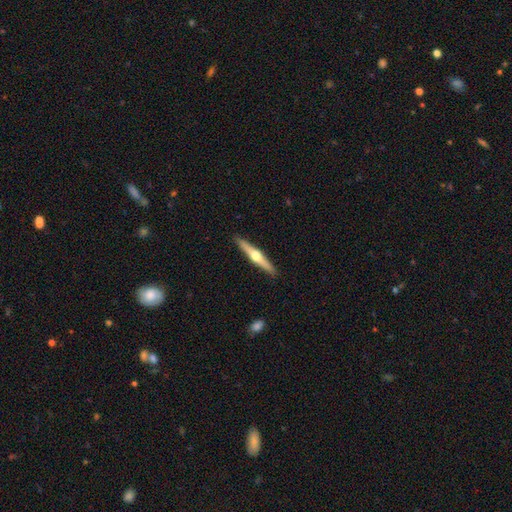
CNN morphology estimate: The model was most divided on "smooth or featured": featured or disk: 73%, smooth: 23%, star or artifact: 5%. More confident: edge-on disk — yes (98%); edge-on bulge — rounded (95%); merging — none (92%).